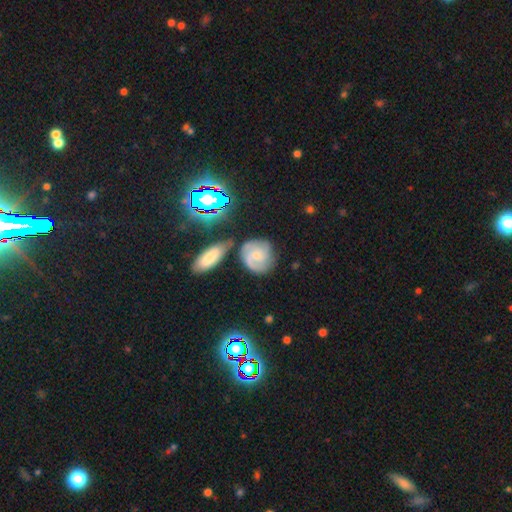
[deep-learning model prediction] Q: Smooth or featured?
A: featured or disk (67%); runner-up: smooth (25%)
Q: Edge-on disk?
A: no (97%); runner-up: yes (3%)
Q: Bar?
A: no (65%); runner-up: weak (29%)
Q: Spiral arms?
A: yes (92%); runner-up: no (8%)
Q: Spiral winding?
A: tight (48%); runner-up: medium (38%)
Q: Spiral arm count?
A: 2 (53%); runner-up: can't tell (19%)
Q: Bulge size?
A: small (65%); runner-up: moderate (25%)
Q: Merging?
A: none (60%); runner-up: minor disturbance (18%)